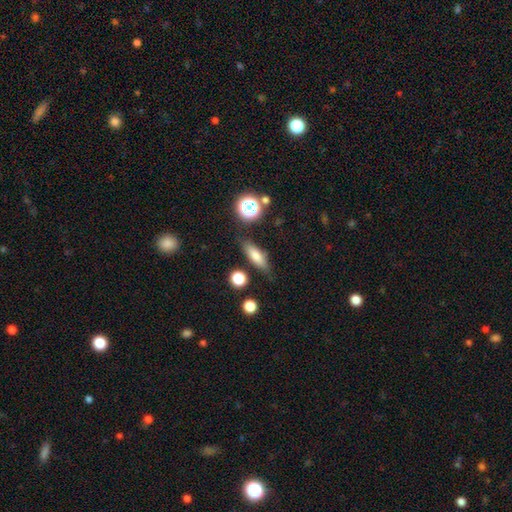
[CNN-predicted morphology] Q: Smooth or featured?
A: smooth (73%); runner-up: featured or disk (17%)
Q: How rounded?
A: in between (48%); runner-up: cigar-shaped (47%)
Q: Merging?
A: none (79%); runner-up: minor disturbance (13%)